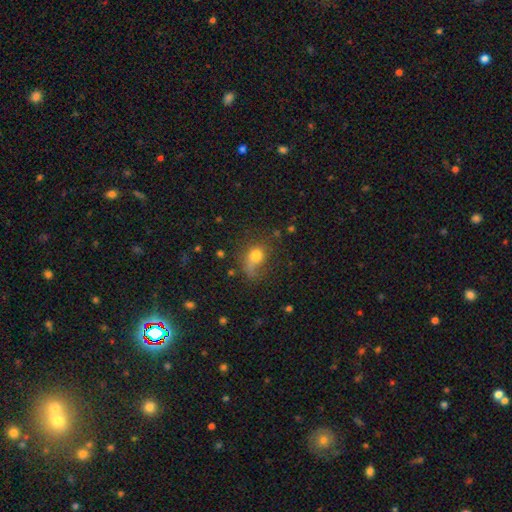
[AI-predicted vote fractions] A smooth galaxy with no disk features (67%) that is in between round and cigar-shaped (50%).

Vote fractions:
- Smooth or featured? smooth: 67% / featured or disk: 20% / star or artifact: 13%
- How rounded? in between: 50% / round: 48% / cigar-shaped: 2%
- Merging? none: 38% / major disturbance: 32% / minor disturbance: 24% / merger: 7%